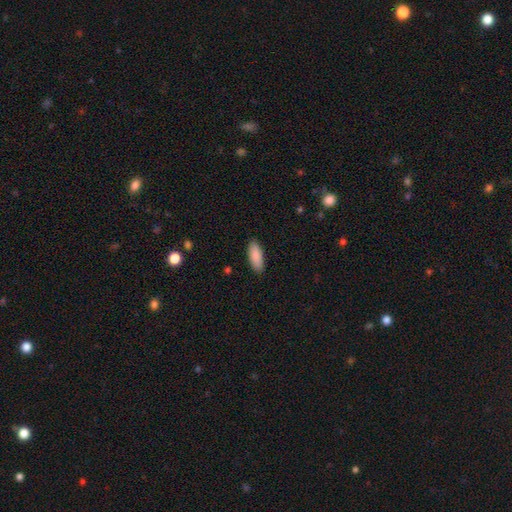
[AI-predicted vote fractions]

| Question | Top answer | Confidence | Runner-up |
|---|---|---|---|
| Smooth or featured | smooth | 88% | featured or disk (6%) |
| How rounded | in between | 71% | cigar-shaped (27%) |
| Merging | none | 89% | minor disturbance (9%) |